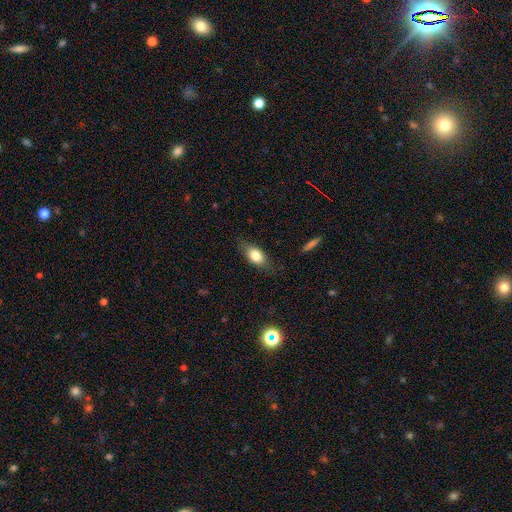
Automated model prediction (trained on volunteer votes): Smooth or featured?
  - smooth: 74% *
  - featured or disk: 18%
  - star or artifact: 8%
How rounded?
  - in between: 79% *
  - round: 11%
  - cigar-shaped: 10%
Merging?
  - none: 74% *
  - minor disturbance: 19%
  - major disturbance: 5%
  - merger: 1%